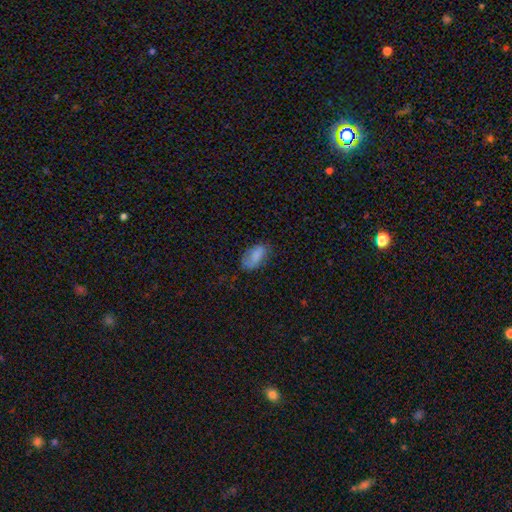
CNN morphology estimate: smooth 81%, featured or disk 11%, star or artifact 7%. Down the decision tree: how rounded — in between (93%); merging — none (69%).